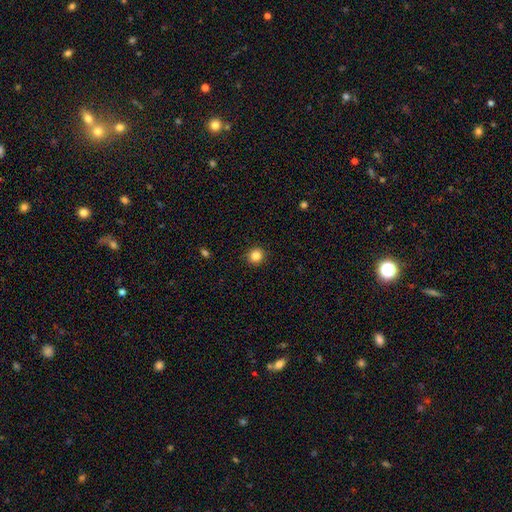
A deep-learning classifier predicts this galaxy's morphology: This is clearly a smooth galaxy (85%). How rounded: clearly round (89%). Merging: clearly none (91%).